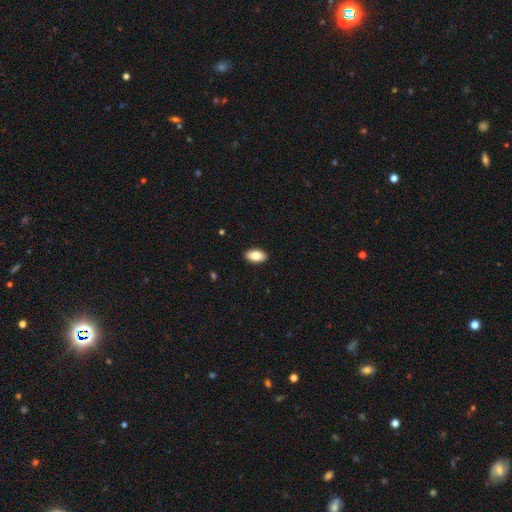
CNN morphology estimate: The model was most divided on "smooth or featured": smooth: 82%, featured or disk: 11%, star or artifact: 7%. More confident: how rounded — in between (93%); merging — none (91%).